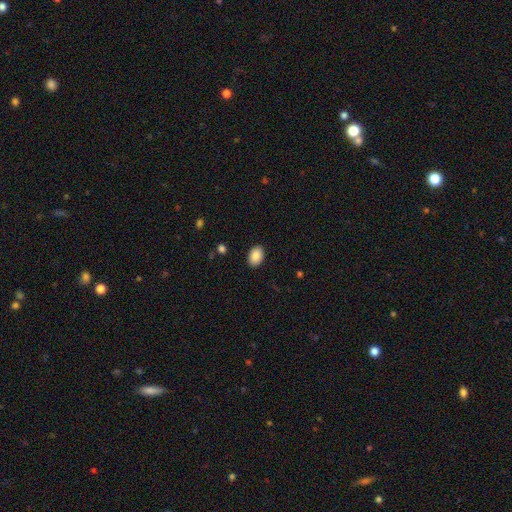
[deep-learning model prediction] Smooth or featured? Predicted: smooth (p=0.89). How rounded? Predicted: in between (p=0.85). Merging? Predicted: none (p=0.90).